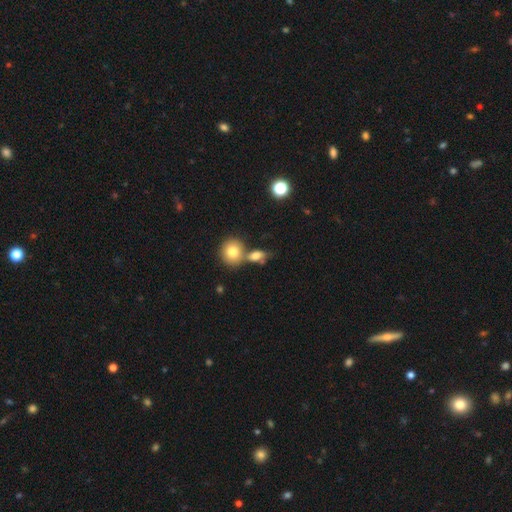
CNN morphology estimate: type=smooth (74%); roundness=in between (61%); merging=none (41%).